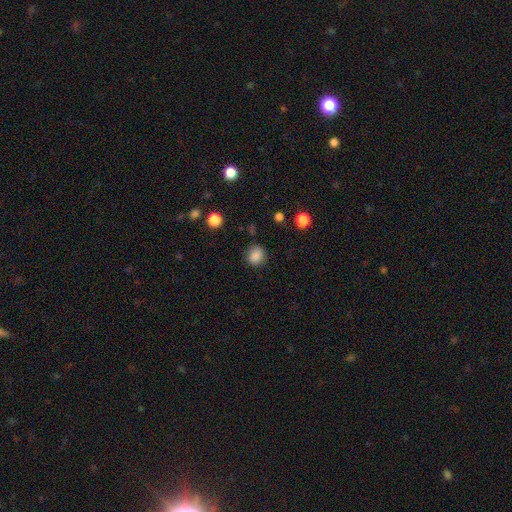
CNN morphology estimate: A smooth galaxy with no disk features (85%) that is round (80%). Merging: none (83%).